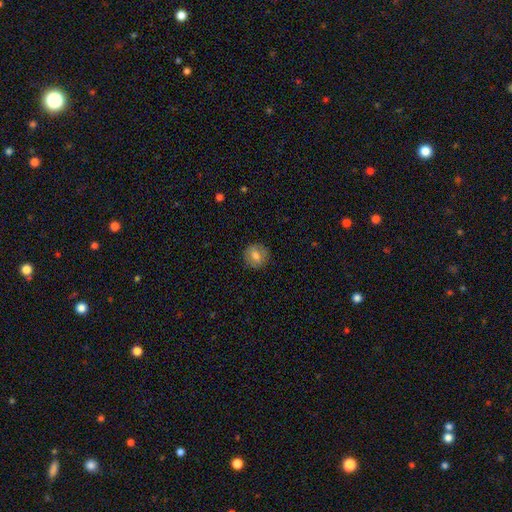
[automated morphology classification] smooth 66%, featured or disk 25%, star or artifact 9%. Down the decision tree: how rounded — round (83%); merging — none (87%).